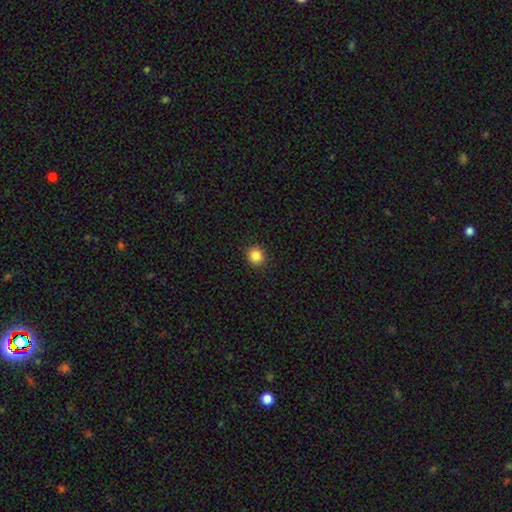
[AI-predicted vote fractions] This appears to be a smooth galaxy with no disk features (85%) that is round (89%). Merging: none (92%).